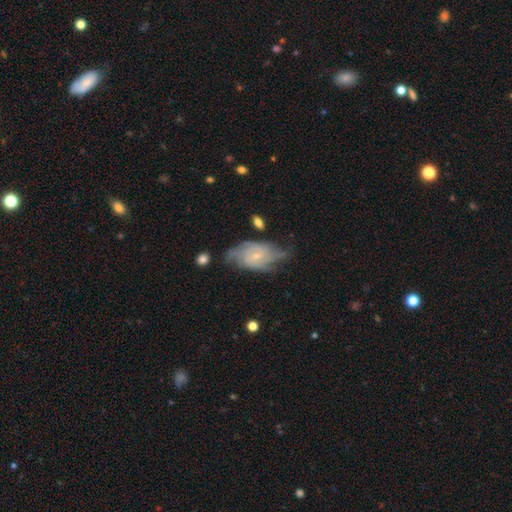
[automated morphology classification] Smooth or featured: featured or disk — 77% (smooth — 17%)
Edge-on disk: no — 95% (yes — 5%)
Bar: no — 53% (weak — 40%)
Spiral arms: yes — 91% (no — 9%)
Spiral winding: medium — 43% (tight — 37%)
Spiral arm count: 2 — 45% (can't tell — 28%)
Bulge size: small — 72% (moderate — 19%)
Merging: none — 57% (minor disturbance — 27%)